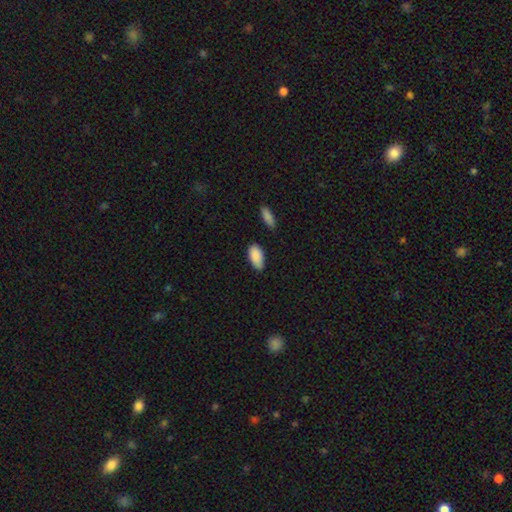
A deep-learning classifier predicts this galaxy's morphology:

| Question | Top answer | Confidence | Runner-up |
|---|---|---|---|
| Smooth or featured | smooth | 88% | star or artifact (7%) |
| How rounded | in between | 93% | cigar-shaped (4%) |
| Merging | none | 72% | minor disturbance (21%) |